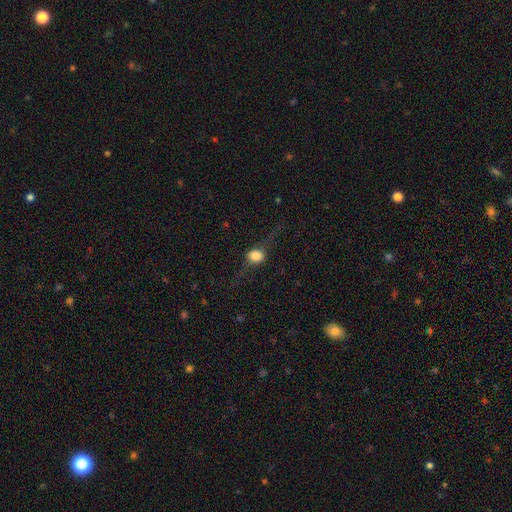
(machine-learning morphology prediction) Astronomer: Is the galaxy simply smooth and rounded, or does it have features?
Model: featured or disk — 46% (runner-up: smooth, 43%).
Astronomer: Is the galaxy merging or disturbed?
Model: none — 66%.